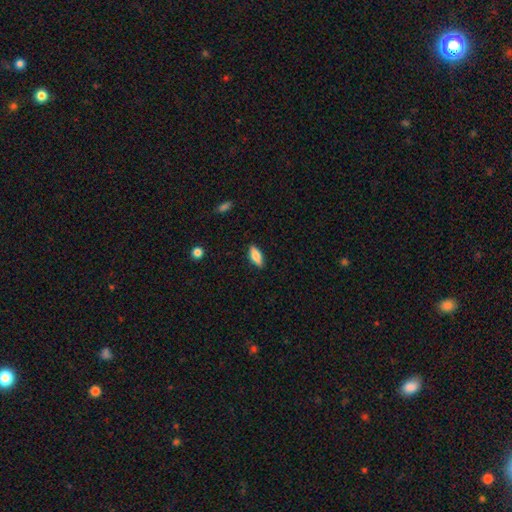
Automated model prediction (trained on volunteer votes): Overall: smooth (72%). How rounded: in between (72%). Merging: none (87%).